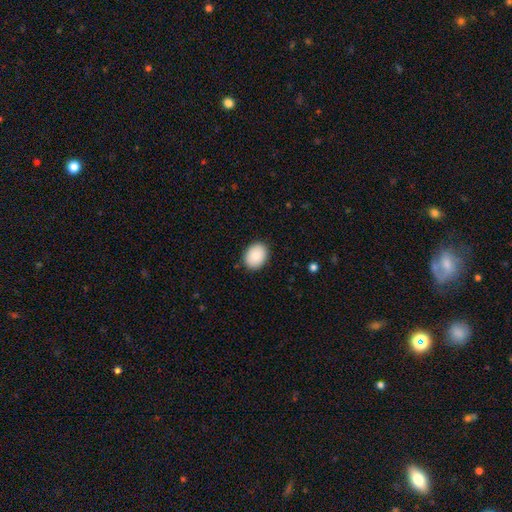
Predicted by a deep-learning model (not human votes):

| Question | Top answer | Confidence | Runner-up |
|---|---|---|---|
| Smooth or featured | smooth | 88% | star or artifact (7%) |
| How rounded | in between | 62% | round (37%) |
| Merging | none | 88% | minor disturbance (9%) |